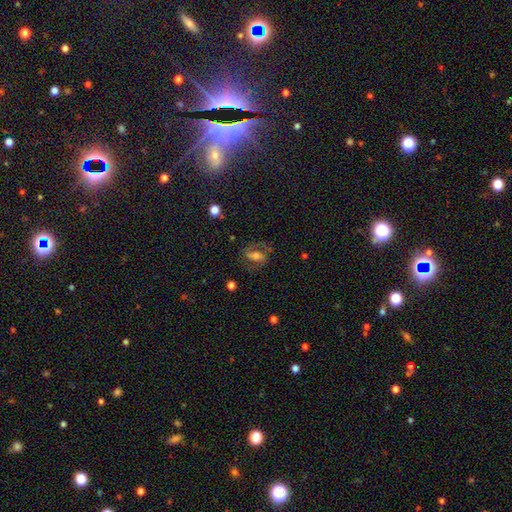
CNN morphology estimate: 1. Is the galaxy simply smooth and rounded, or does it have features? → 66% featured or disk, 23% smooth, 11% star or artifact.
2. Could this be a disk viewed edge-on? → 95% no, 5% yes.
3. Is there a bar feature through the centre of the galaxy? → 39% weak, 34% strong, 27% no.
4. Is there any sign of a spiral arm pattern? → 86% yes, 14% no.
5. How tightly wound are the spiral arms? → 53% medium, 25% loose, 23% tight.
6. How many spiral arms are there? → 83% 2, 7% can't tell, 7% 1, 1% 3, 1% 4, 1% more than 4.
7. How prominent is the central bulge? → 47% moderate, 31% small, 14% large, 6% none, 2% dominant.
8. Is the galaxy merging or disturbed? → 68% none, 16% minor disturbance, 14% major disturbance, 2% merger.